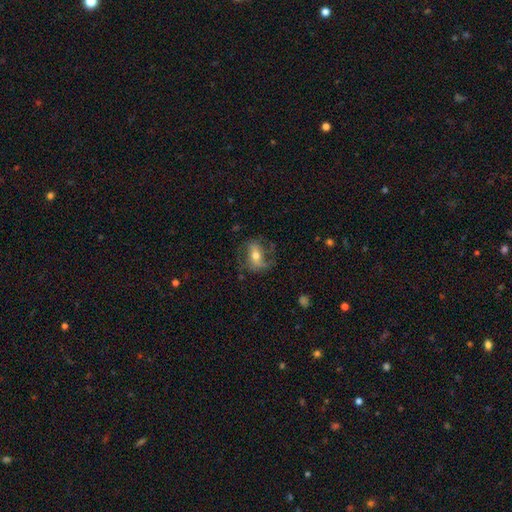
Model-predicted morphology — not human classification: Smooth or featured: featured or disk — 64% (smooth — 28%)
Edge-on disk: no — 92% (yes — 8%)
Bar: strong — 41% (weak — 34%)
Spiral arms: yes — 82% (no — 18%)
Bulge size: moderate — 66% (small — 25%)
Merging: none — 61% (minor disturbance — 21%)